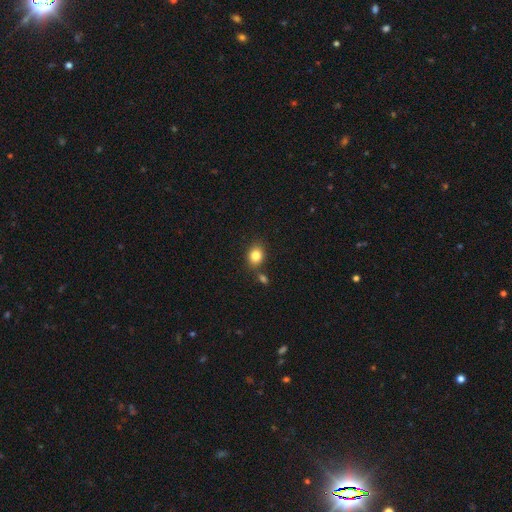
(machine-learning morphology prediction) type=smooth (83%); roundness=in between (50%); merging=none (75%).